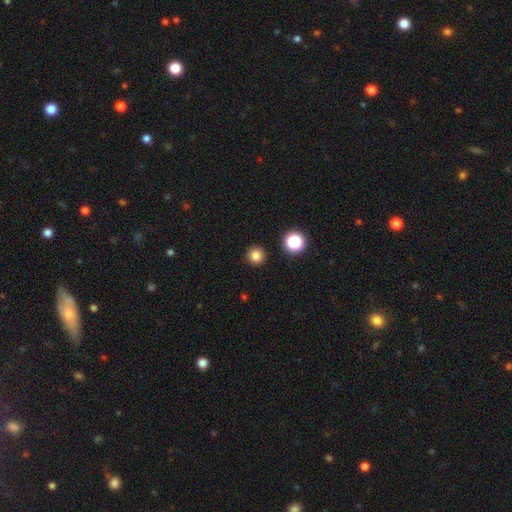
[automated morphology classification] This is clearly a smooth galaxy (82%). How rounded: clearly round (96%). Merging: clearly none (92%).